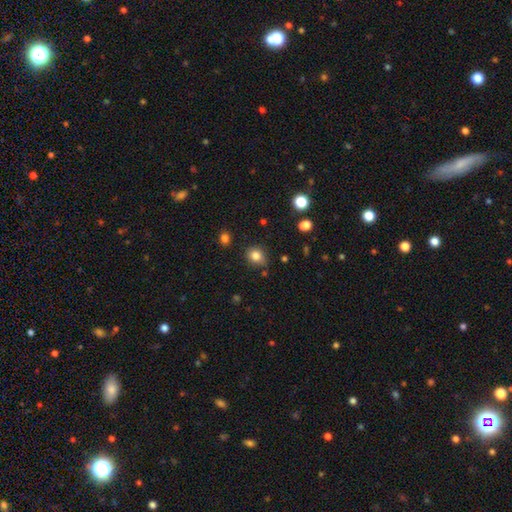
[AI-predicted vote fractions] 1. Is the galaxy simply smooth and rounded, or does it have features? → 82% smooth, 12% star or artifact, 6% featured or disk.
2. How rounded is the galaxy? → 68% round, 31% in between, 1% cigar-shaped.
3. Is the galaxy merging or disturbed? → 77% none, 16% minor disturbance, 3% major disturbance, 3% merger.